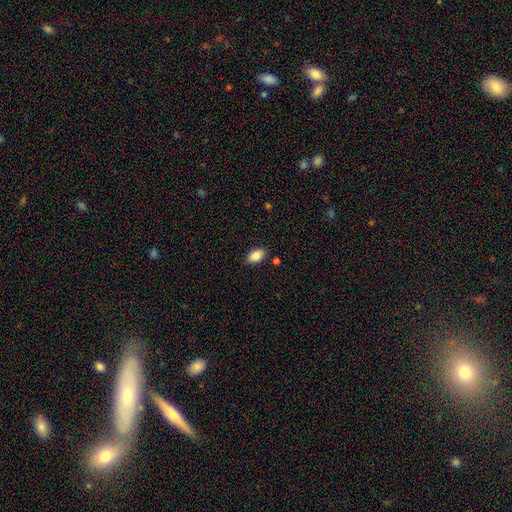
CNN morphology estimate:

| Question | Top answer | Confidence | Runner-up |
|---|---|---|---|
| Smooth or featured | smooth | 87% | star or artifact (8%) |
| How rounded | in between | 90% | round (8%) |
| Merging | none | 86% | minor disturbance (10%) |